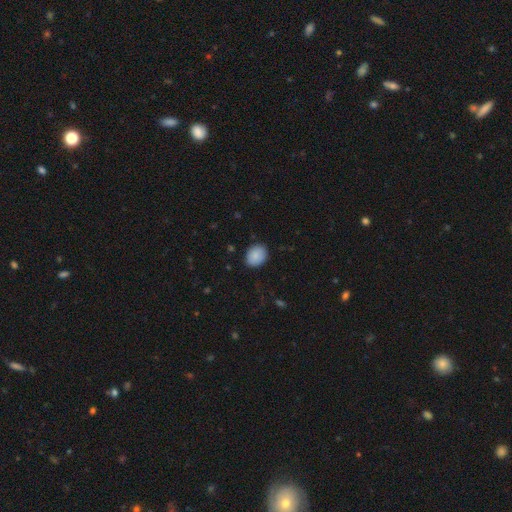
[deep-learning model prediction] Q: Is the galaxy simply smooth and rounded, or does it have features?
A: smooth — 86%.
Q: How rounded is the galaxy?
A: in between — 56%.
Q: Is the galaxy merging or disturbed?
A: none — 84%.